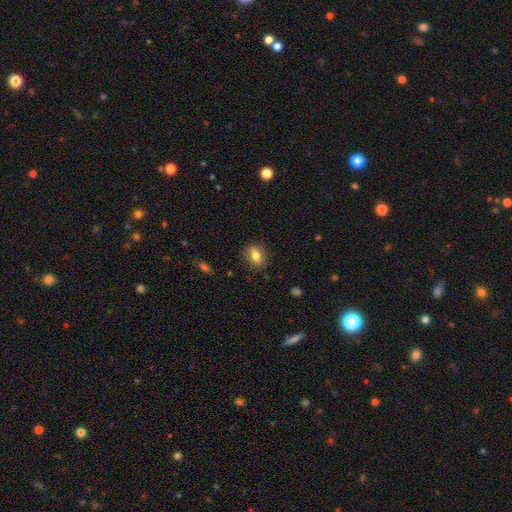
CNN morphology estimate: This is likely a smooth galaxy (80%). How rounded: likely in between (75%). Merging: clearly none (84%).